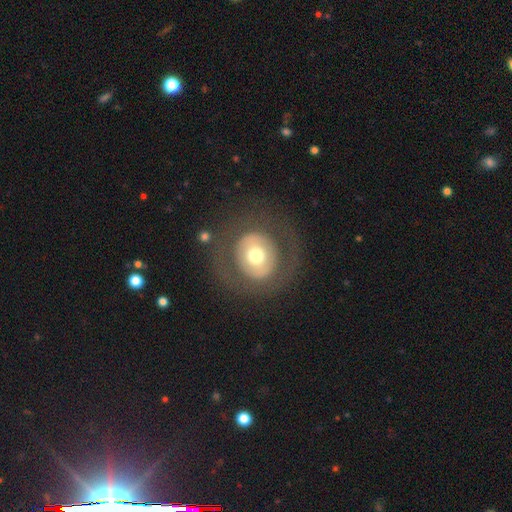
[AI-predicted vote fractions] smooth 51%, featured or disk 41%, star or artifact 8%. Down the decision tree: how rounded — round (85%); merging — none (79%).